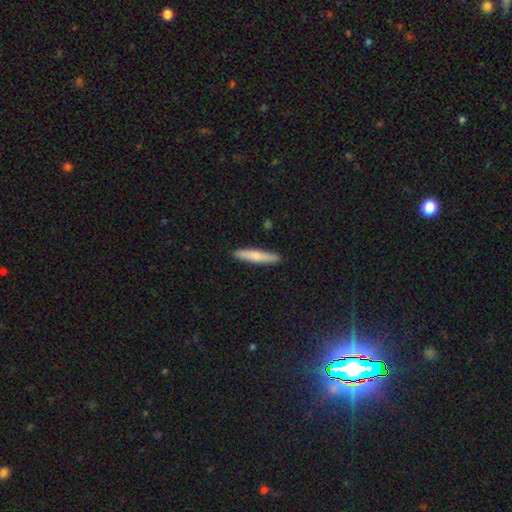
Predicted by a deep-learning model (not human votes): Smooth or featured: smooth — 73% (featured or disk — 22%)
How rounded: cigar-shaped — 90% (in between — 9%)
Merging: none — 90% (minor disturbance — 7%)